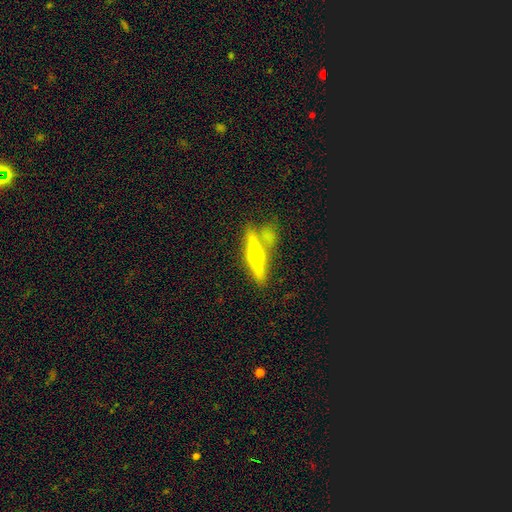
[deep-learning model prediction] Morphology: type=featured or disk (66%); edge-on=yes (96%); edge-on bulge=rounded (90%); merging=none (71%).